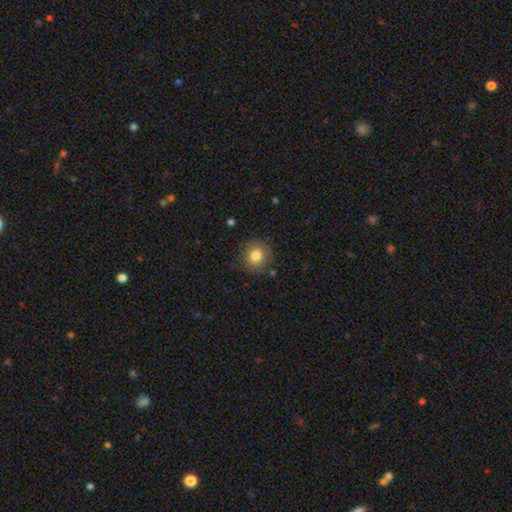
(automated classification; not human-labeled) Q: Smooth or featured?
A: smooth (81%); runner-up: star or artifact (10%)
Q: How rounded?
A: round (87%); runner-up: in between (12%)
Q: Merging?
A: none (85%); runner-up: minor disturbance (10%)